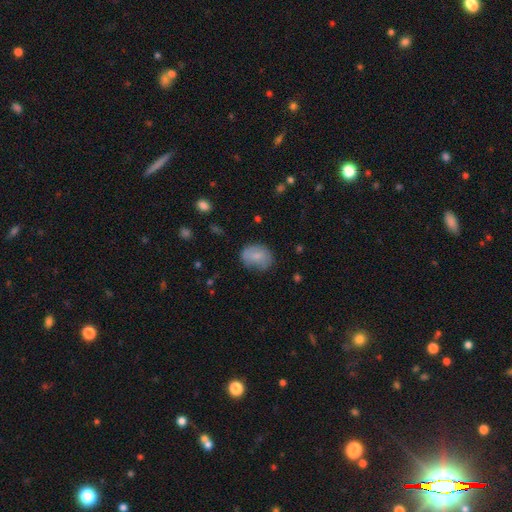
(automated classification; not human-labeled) Smooth or featured? Predicted: smooth (p=0.78). How rounded? Predicted: in between (p=0.60). Merging? Predicted: none (p=0.64).